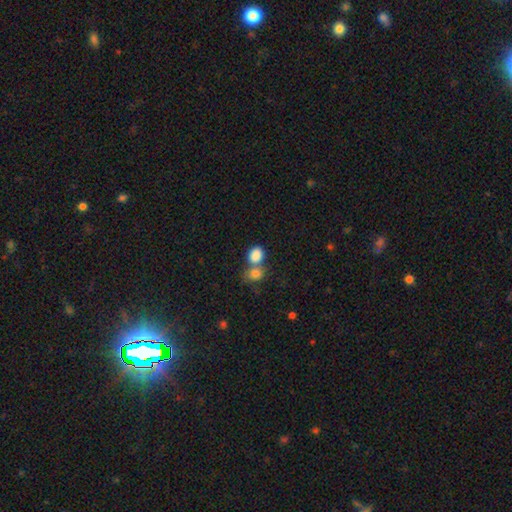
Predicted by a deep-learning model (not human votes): Overall: smooth (85%). How rounded: in between (54%; round 45%). Merging: merger (53%; none 35%).